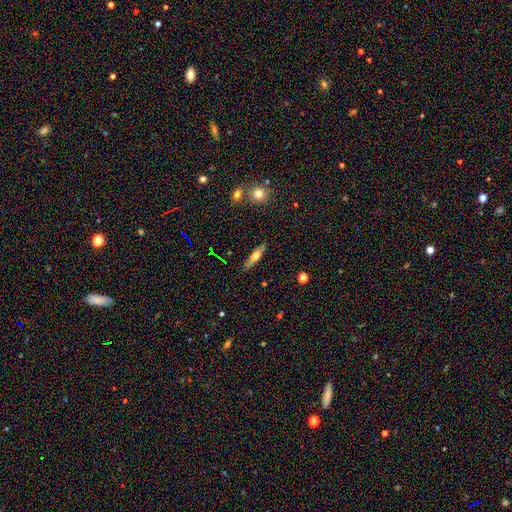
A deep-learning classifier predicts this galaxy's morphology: smooth-or-featured: smooth: 48% | featured or disk: 45% | star or artifact: 7%
  merging: none: 87% | minor disturbance: 9% | major disturbance: 2% | merger: 2%